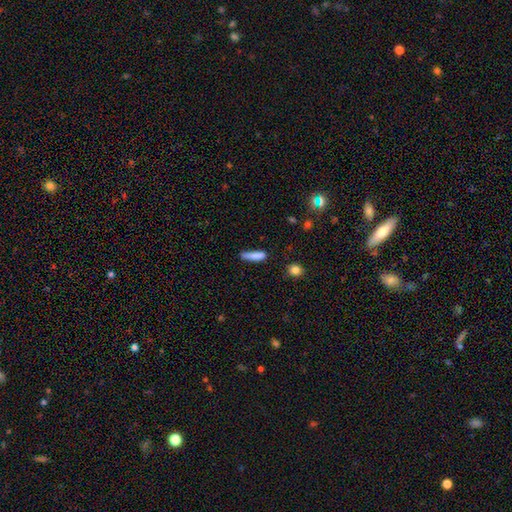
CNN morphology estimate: smooth_or_featured: smooth (p=0.81) [alt: featured or disk p=0.11]
how_rounded: cigar-shaped (p=0.78) [alt: in between p=0.20]
merging: none (p=0.62) [alt: minor disturbance p=0.26]